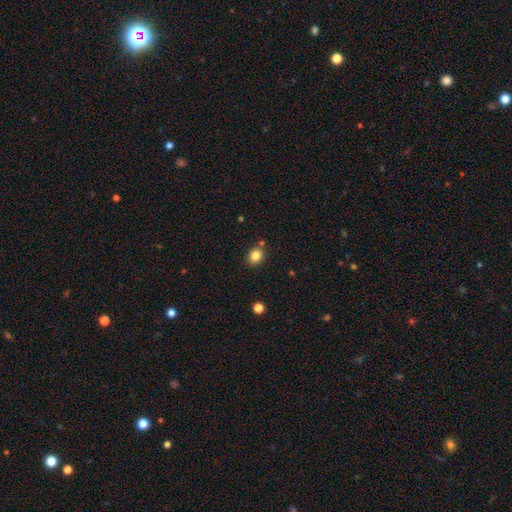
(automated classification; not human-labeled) smooth 83%, star or artifact 11%, featured or disk 6%. Down the decision tree: how rounded — round (59%); merging — none (82%).